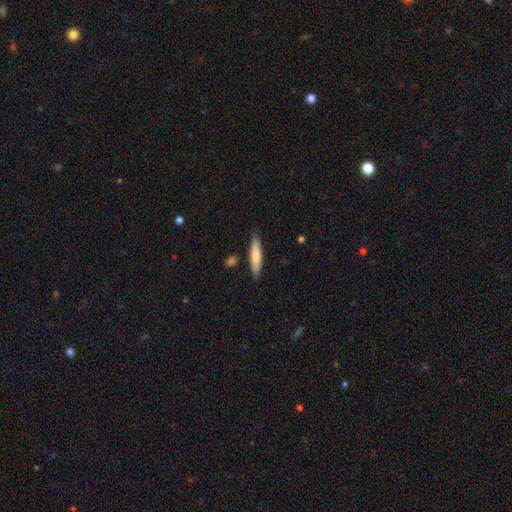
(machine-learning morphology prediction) The model was most divided on "smooth or featured": smooth: 75%, featured or disk: 20%, star or artifact: 5%. More confident: how rounded — cigar-shaped (88%); merging — none (85%).